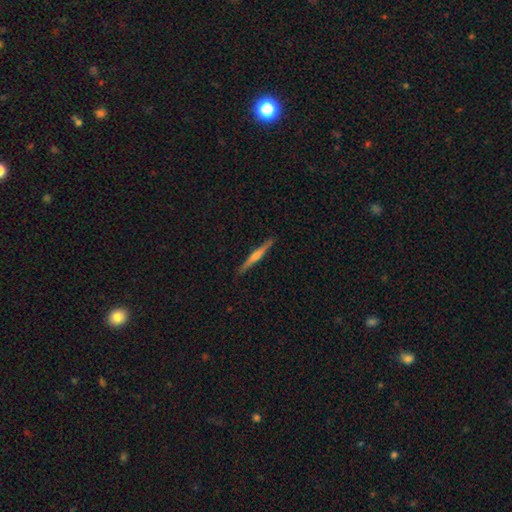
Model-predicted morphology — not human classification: type=featured or disk (64%); edge-on=yes (98%); edge-on bulge=rounded (63%); merging=none (91%).